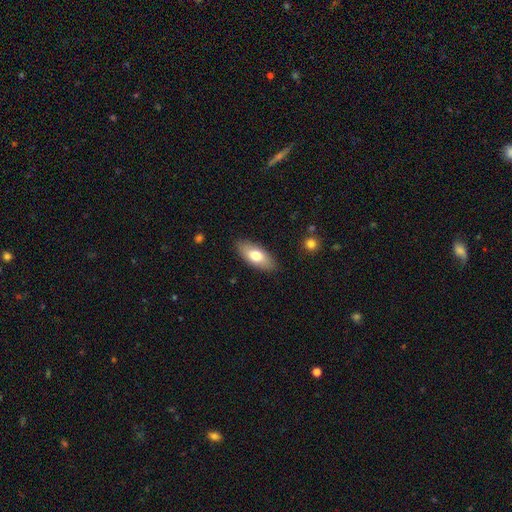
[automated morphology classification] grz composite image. It shows a smooth galaxy with no disk features (73%) that is in between round and cigar-shaped (85%). Merging: none (86%).